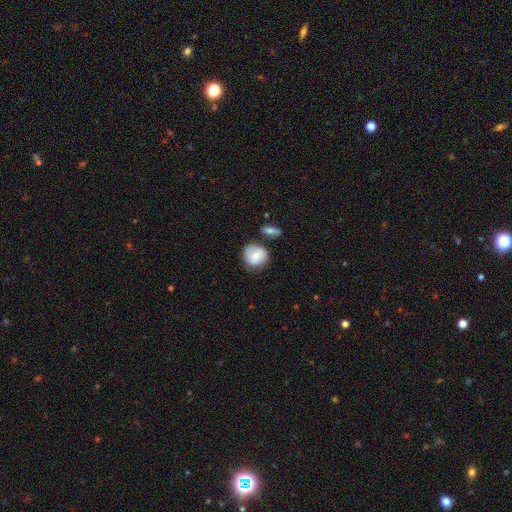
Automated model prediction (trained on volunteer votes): Q: Smooth or featured?
A: smooth (69%); runner-up: featured or disk (23%)
Q: How rounded?
A: round (79%); runner-up: in between (20%)
Q: Merging?
A: none (59%); runner-up: minor disturbance (22%)